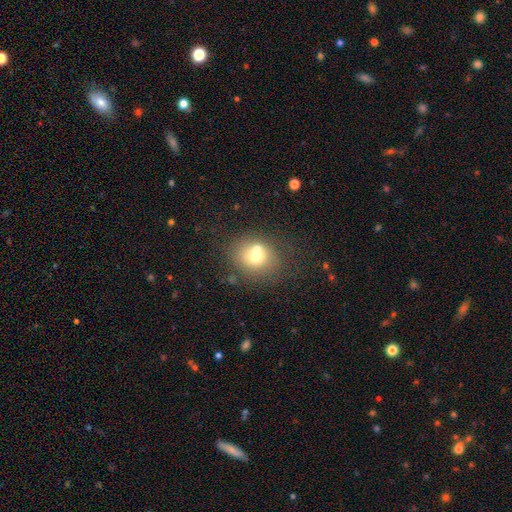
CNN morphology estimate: The model was most divided on "merging": none: 49%, merger: 33%, minor disturbance: 12%, major disturbance: 6%. More confident: how rounded — round (67%); smooth or featured — smooth (64%).